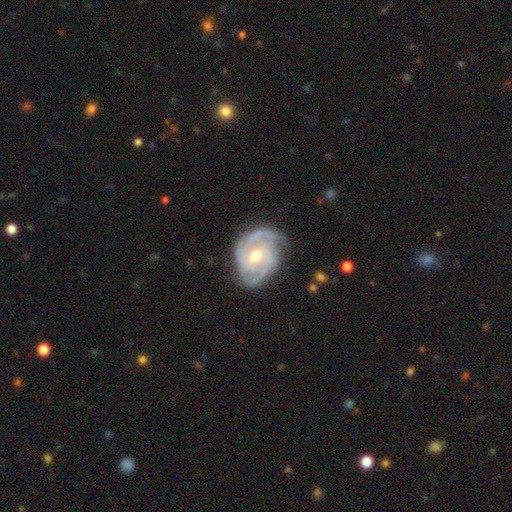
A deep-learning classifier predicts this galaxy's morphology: Smooth or featured? Predicted: featured or disk (p=0.89). Edge-on disk? Predicted: no (p=0.97). Bar? Predicted: no (p=0.62). Spiral arms? Predicted: yes (p=0.96). Spiral winding? Predicted: tight (p=0.58). Spiral arm count? Predicted: 3 (p=0.39). Bulge size? Predicted: moderate (p=0.67). Merging? Predicted: none (p=0.68).